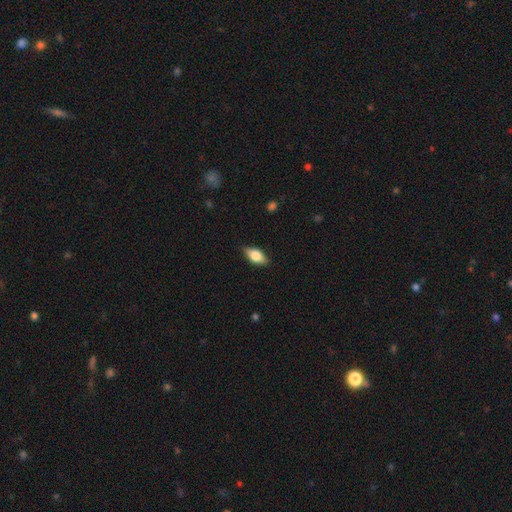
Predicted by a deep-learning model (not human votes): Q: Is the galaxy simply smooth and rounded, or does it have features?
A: smooth — 71%.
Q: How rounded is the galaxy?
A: in between — 86%.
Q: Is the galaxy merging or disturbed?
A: none — 83%.